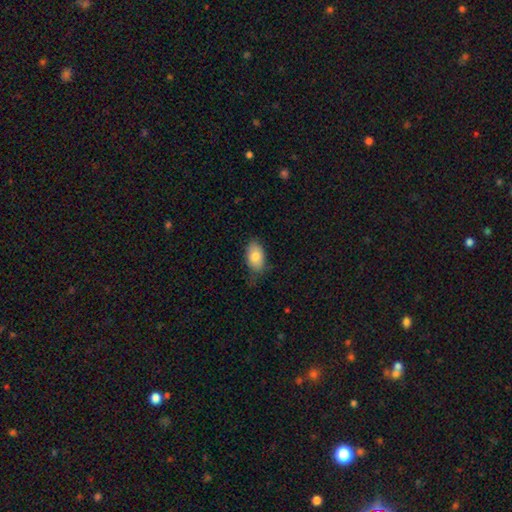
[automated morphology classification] A smooth galaxy with no disk features (81%) that is in between round and cigar-shaped (92%).

Vote fractions:
- Smooth or featured? smooth: 81% / featured or disk: 12% / star or artifact: 7%
- How rounded? in between: 92% / round: 7% / cigar-shaped: 2%
- Merging? none: 66% / minor disturbance: 27% / major disturbance: 6% / merger: 1%